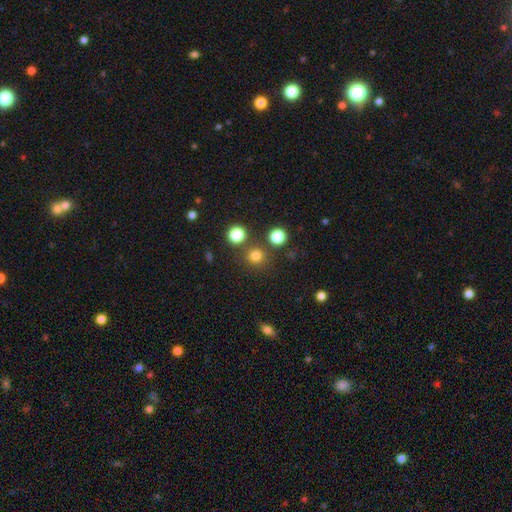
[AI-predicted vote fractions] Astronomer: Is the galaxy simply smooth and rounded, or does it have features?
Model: smooth — 77%.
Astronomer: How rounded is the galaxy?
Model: round — 92%.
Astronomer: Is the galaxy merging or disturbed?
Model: none — 80%.